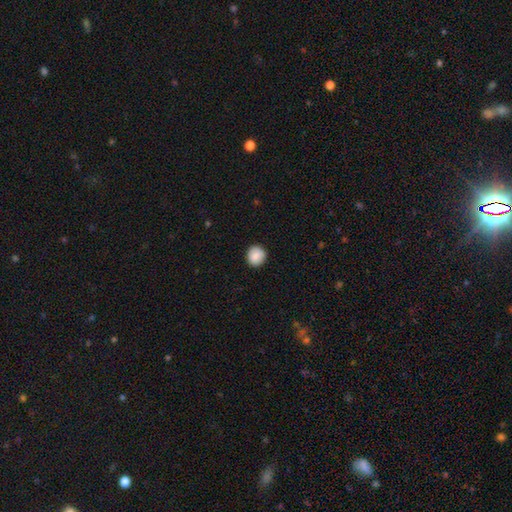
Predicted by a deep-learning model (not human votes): This is clearly a smooth galaxy (88%). How rounded: clearly round (87%). Merging: clearly none (90%).